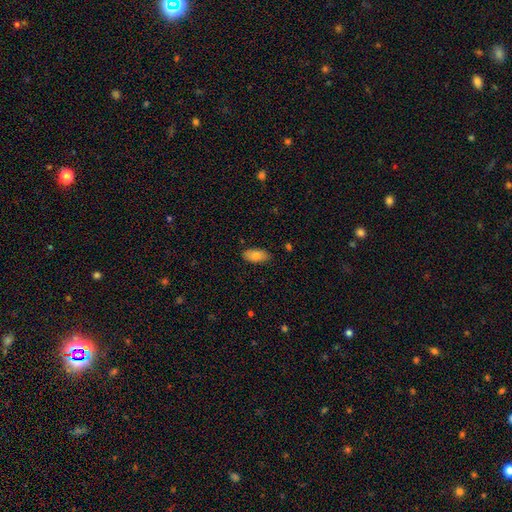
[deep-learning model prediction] Smooth or featured?
  - smooth: 77% *
  - featured or disk: 16%
  - star or artifact: 7%
How rounded?
  - in between: 93% *
  - cigar-shaped: 4%
  - round: 3%
Merging?
  - none: 86% *
  - minor disturbance: 11%
  - major disturbance: 2%
  - merger: 1%